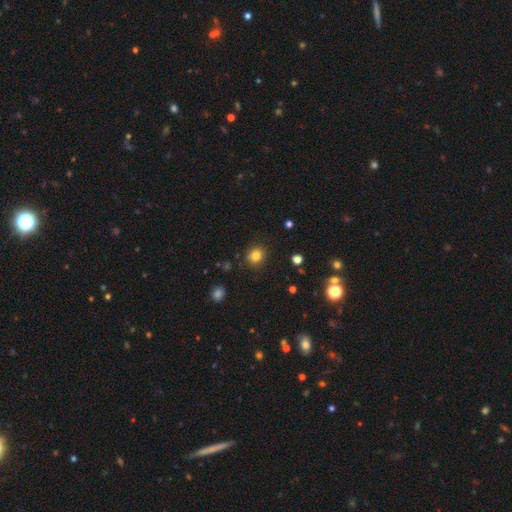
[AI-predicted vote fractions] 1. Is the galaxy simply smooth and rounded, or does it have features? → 82% smooth, 12% star or artifact, 5% featured or disk.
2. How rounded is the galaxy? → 82% round, 17% in between, 1% cigar-shaped.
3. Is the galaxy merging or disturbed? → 87% none, 9% minor disturbance, 3% major disturbance, 2% merger.